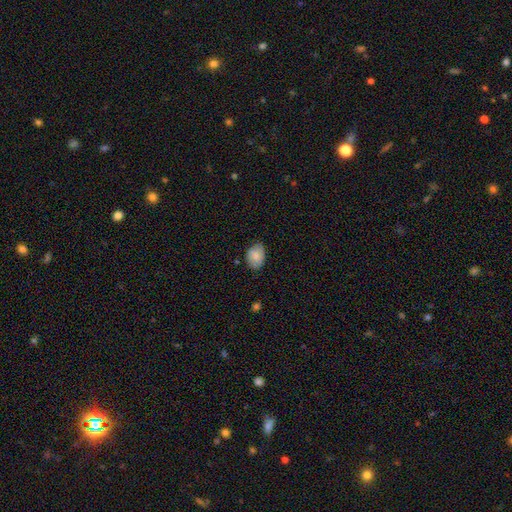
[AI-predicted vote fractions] This is clearly a smooth galaxy (82%). How rounded: likely in between (75%). Merging: likely none (75%).